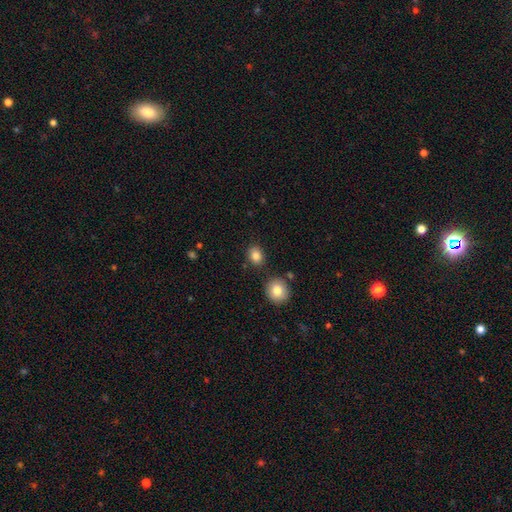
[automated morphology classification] Smooth or featured? Predicted: smooth (p=0.84). How rounded? Predicted: round (p=0.59). Merging? Predicted: none (p=0.83).